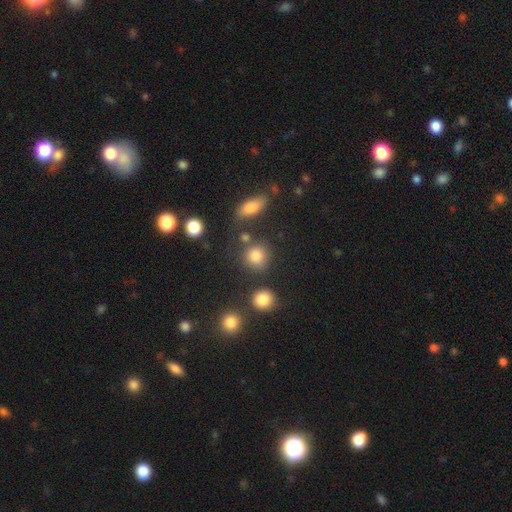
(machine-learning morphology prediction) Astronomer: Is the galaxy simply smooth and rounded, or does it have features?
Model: smooth — 82%.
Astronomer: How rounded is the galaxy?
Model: round — 84%.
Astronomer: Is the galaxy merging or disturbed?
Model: none — 71%.